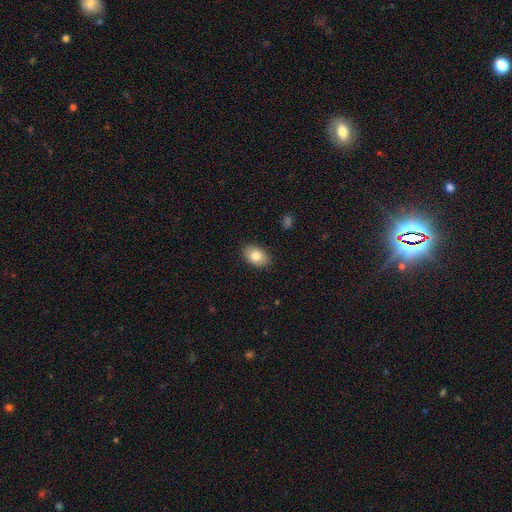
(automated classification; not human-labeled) A smooth galaxy with no disk features (82%) that is in between round and cigar-shaped (87%).

Vote fractions:
- Smooth or featured? smooth: 82% / featured or disk: 10% / star or artifact: 7%
- How rounded? in between: 87% / round: 12% / cigar-shaped: 1%
- Merging? none: 89% / minor disturbance: 8% / major disturbance: 2% / merger: 1%